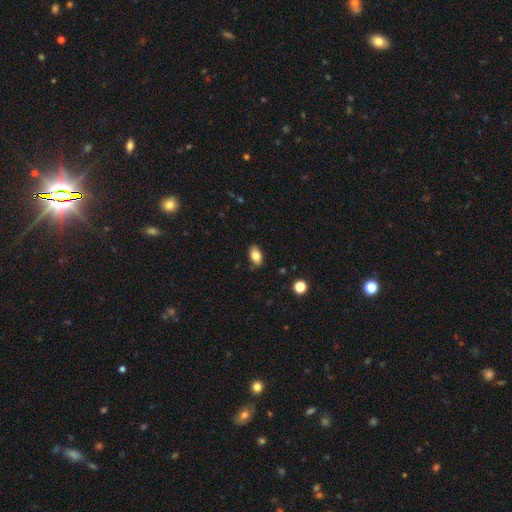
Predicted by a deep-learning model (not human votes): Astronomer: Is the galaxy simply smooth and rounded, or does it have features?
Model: smooth — 82%.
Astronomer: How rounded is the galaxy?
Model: in between — 91%.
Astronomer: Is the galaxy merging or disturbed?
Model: none — 84%.